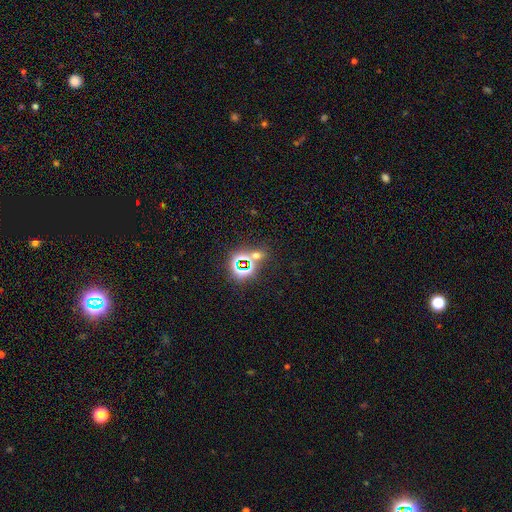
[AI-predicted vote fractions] smooth-or-featured: star or artifact: 61% | smooth: 30% | featured or disk: 9%